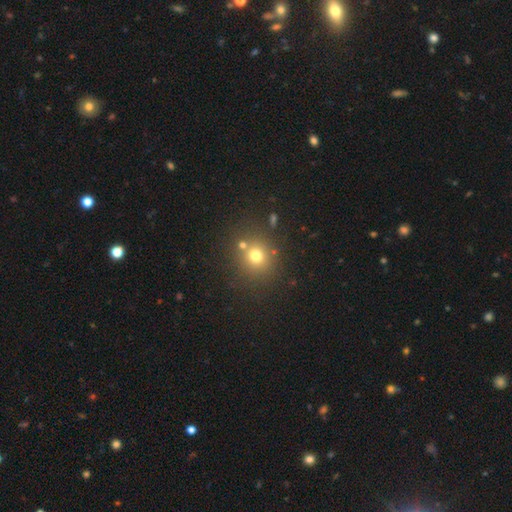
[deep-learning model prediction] Smooth or featured?
  - smooth: 72% *
  - star or artifact: 18%
  - featured or disk: 10%
How rounded?
  - round: 86% *
  - in between: 13%
  - cigar-shaped: 1%
Merging?
  - none: 75% *
  - merger: 13%
  - minor disturbance: 9%
  - major disturbance: 4%